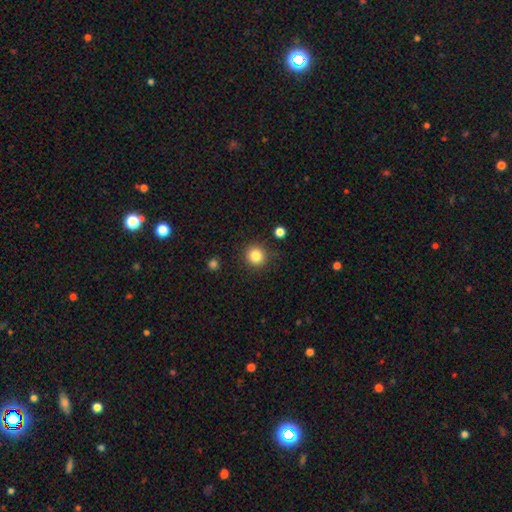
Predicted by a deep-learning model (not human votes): The model was most divided on "smooth or featured": smooth: 83%, star or artifact: 11%, featured or disk: 6%. More confident: how rounded — round (92%); merging — none (87%).